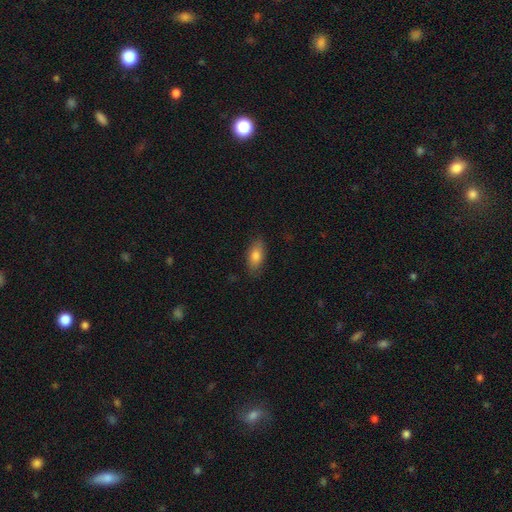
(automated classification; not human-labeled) Smooth or featured? smooth (81%)
How rounded? in between (87%)
Merging? none (83%)